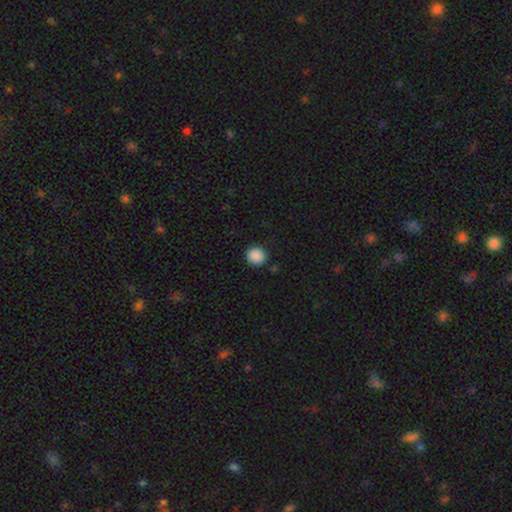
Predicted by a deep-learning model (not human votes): Smooth or featured: smooth — 89% (star or artifact — 9%)
How rounded: round — 90% (in between — 9%)
Merging: none — 89% (minor disturbance — 7%)